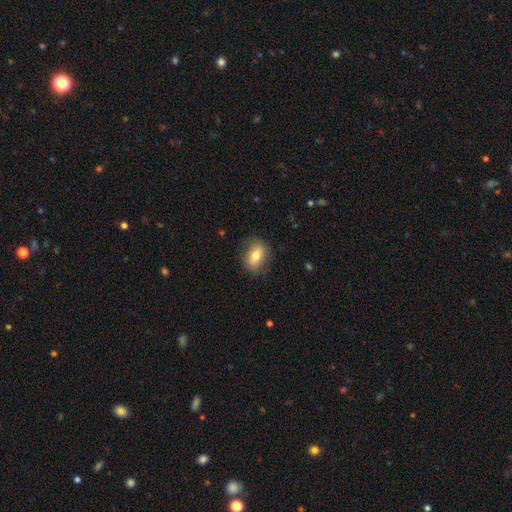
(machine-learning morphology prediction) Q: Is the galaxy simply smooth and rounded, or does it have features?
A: smooth — 76%.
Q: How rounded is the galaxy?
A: in between — 77%.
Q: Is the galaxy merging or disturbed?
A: none — 81%.